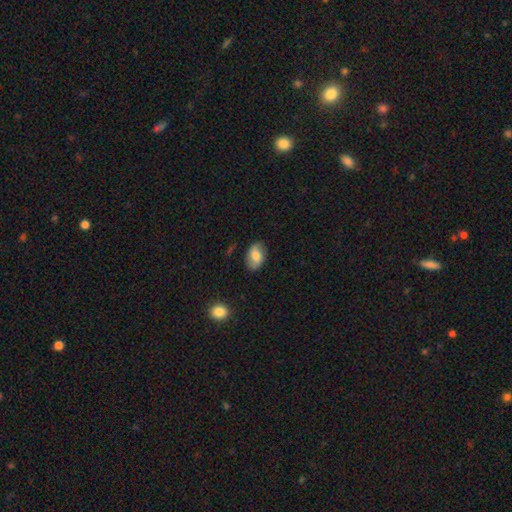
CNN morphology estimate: smooth-or-featured: smooth: 70% | featured or disk: 22% | star or artifact: 7%
  how-rounded: in between: 89% | round: 10% | cigar-shaped: 2%
  merging: none: 78% | minor disturbance: 17% | major disturbance: 4% | merger: 2%